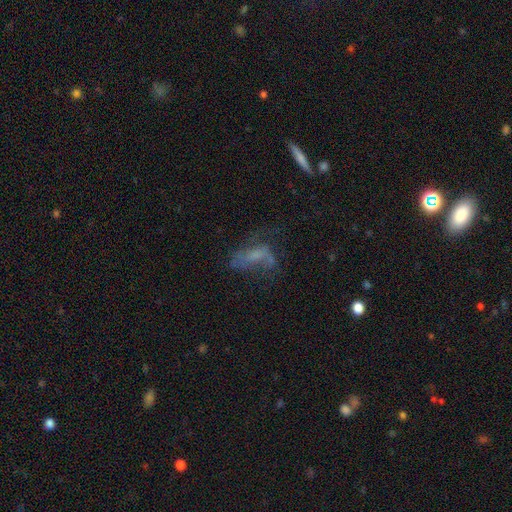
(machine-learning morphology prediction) Smooth or featured: featured or disk — 51% (smooth — 33%)
Edge-on disk: no — 91% (yes — 9%)
Merging: none — 38% (major disturbance — 37%)